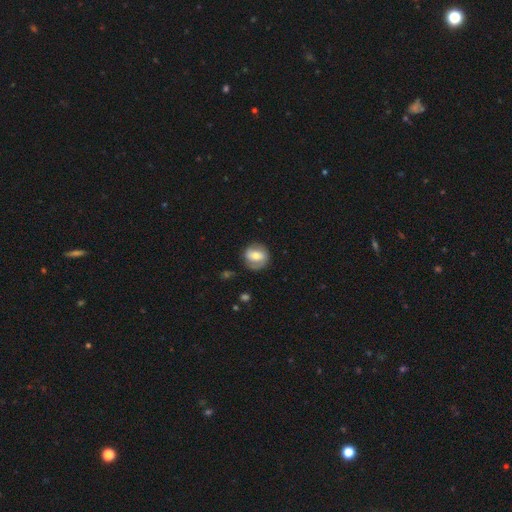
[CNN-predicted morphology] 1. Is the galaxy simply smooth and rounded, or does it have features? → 49% smooth, 44% featured or disk, 7% star or artifact.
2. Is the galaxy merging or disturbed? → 75% none, 17% minor disturbance, 7% major disturbance, 2% merger.